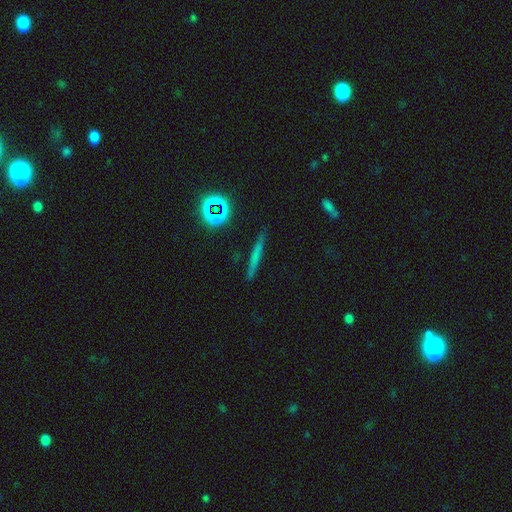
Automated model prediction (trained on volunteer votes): Overall: smooth (48%; featured or disk 34%). Merging: none (87%).